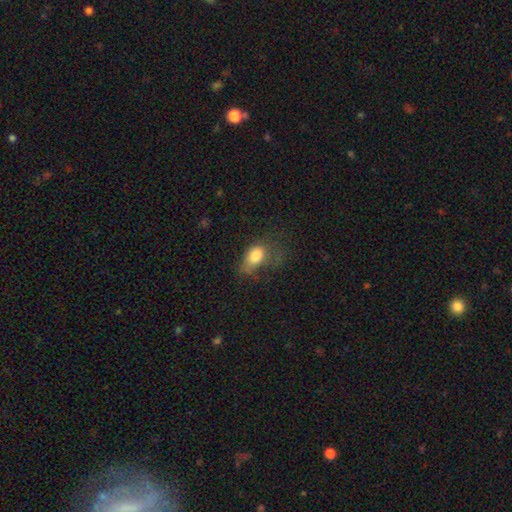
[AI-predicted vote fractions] smooth-or-featured: smooth: 77% | featured or disk: 13% | star or artifact: 10%
  how-rounded: in between: 80% | round: 17% | cigar-shaped: 3%
  merging: major disturbance: 39% | minor disturbance: 29% | none: 29% | merger: 3%